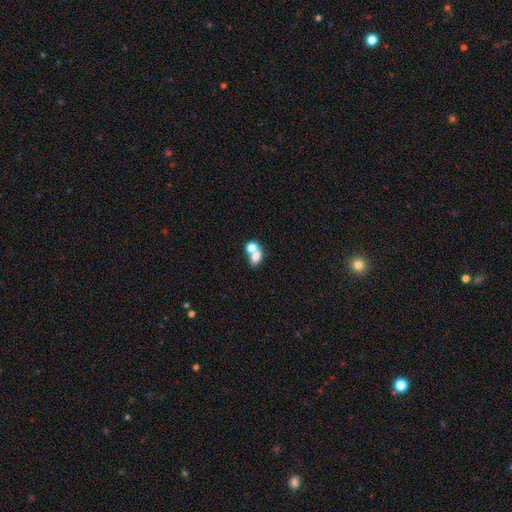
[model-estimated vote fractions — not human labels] Smooth or featured? smooth (73%)
How rounded? in between (63%)
Merging? merger (60%)